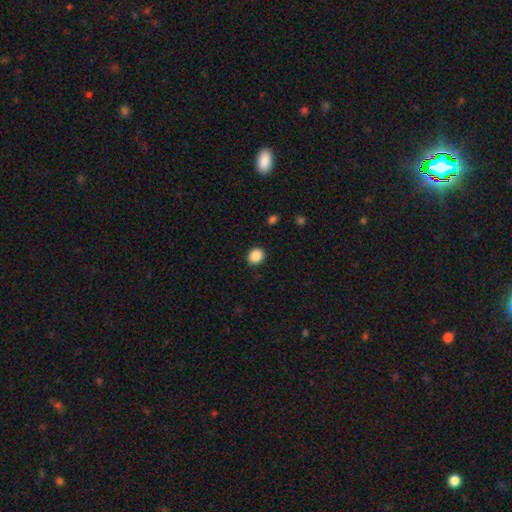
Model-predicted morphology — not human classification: smooth-or-featured: smooth: 88% | star or artifact: 9% | featured or disk: 3%
  how-rounded: round: 73% | in between: 26% | cigar-shaped: 1%
  merging: none: 91% | minor disturbance: 6% | major disturbance: 2% | merger: 1%